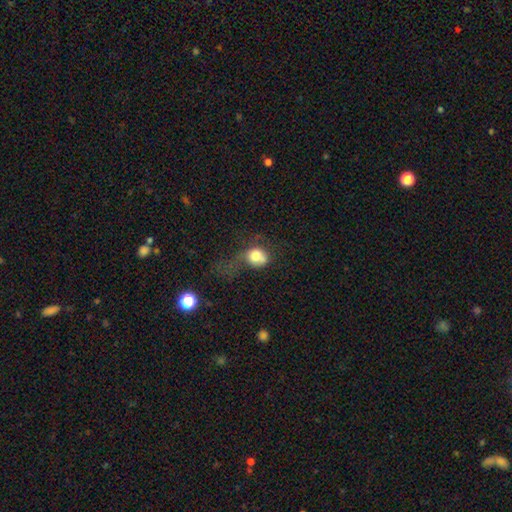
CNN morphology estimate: Smooth or featured: smooth — 72% (featured or disk — 17%)
How rounded: round — 65% (in between — 34%)
Merging: major disturbance — 42% (none — 23%)